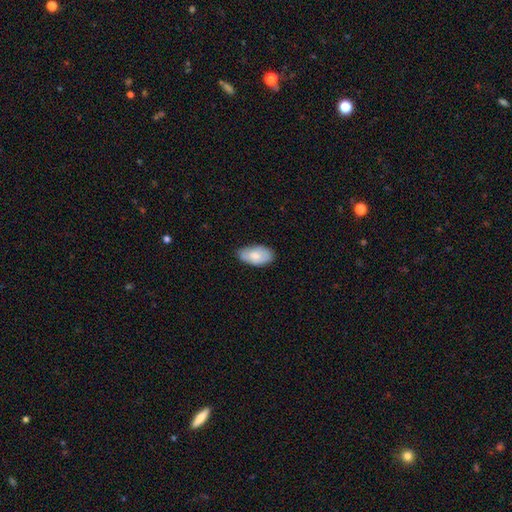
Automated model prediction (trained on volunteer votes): This appears to be a smooth galaxy with no disk features (77%) that is in between round and cigar-shaped (94%). Merging: none (73%).